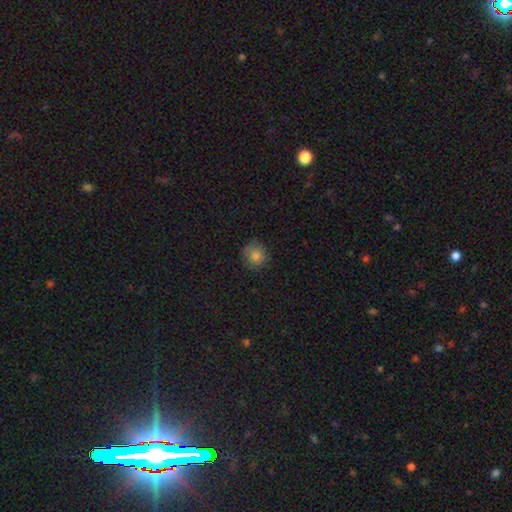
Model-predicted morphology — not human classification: The model was most divided on "merging": none: 79%, minor disturbance: 16%, major disturbance: 4%, merger: 1%. More confident: how rounded — round (87%); smooth or featured — smooth (80%).